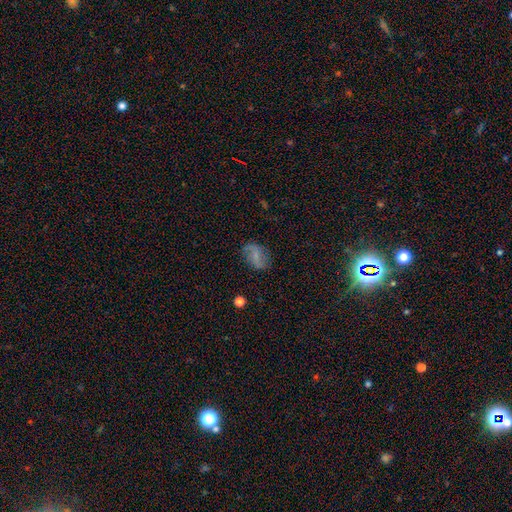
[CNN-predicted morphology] Smooth or featured? Predicted: smooth (p=0.47). Merging? Predicted: none (p=0.71).